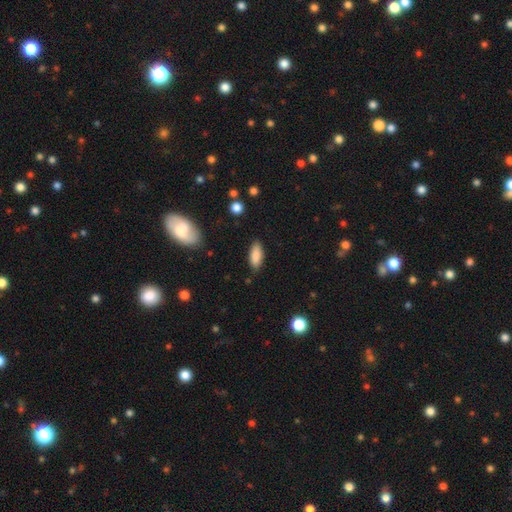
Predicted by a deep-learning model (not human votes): This appears to be a smooth galaxy with no disk features (87%) that is in between round and cigar-shaped (80%). Merging: none (83%).